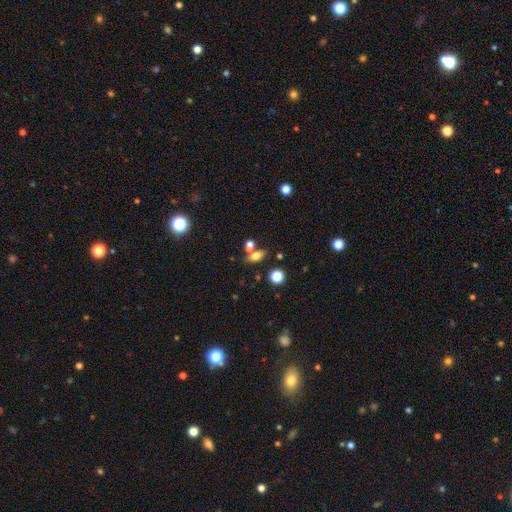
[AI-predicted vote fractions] smooth_or_featured: smooth (p=0.71) [alt: featured or disk p=0.17]
how_rounded: in between (p=0.77) [alt: round p=0.13]
merging: none (p=0.55) [alt: merger p=0.30]